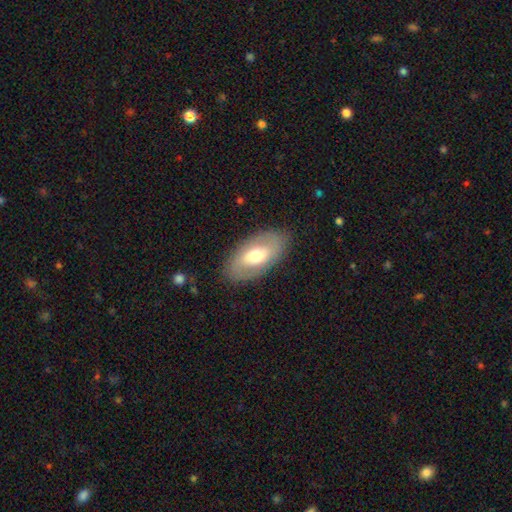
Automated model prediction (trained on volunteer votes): Smooth or featured? smooth (50%)
How rounded? in between (93%)
Merging? none (84%)